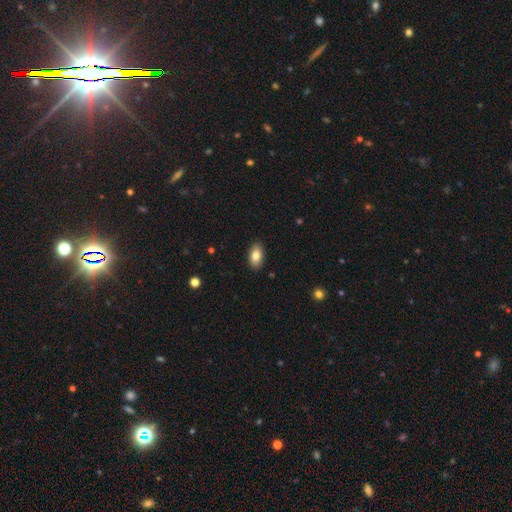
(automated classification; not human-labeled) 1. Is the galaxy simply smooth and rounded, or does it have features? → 82% smooth, 10% featured or disk, 7% star or artifact.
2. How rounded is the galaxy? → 92% in between, 6% round, 2% cigar-shaped.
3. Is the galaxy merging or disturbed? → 89% none, 9% minor disturbance, 2% major disturbance, 1% merger.